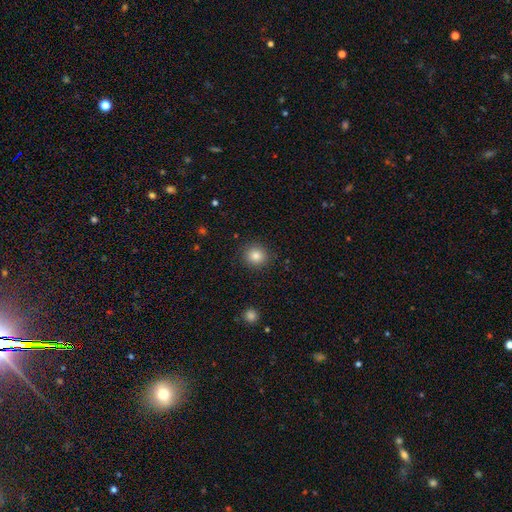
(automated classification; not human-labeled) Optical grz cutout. It shows a smooth galaxy with no disk features (84%) that is round (89%). Merging: none (89%).